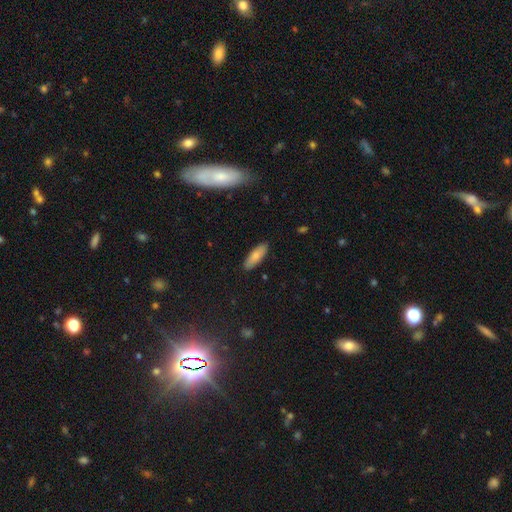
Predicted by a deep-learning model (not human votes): smooth-or-featured: smooth: 79% | featured or disk: 14% | star or artifact: 7%
  how-rounded: in between: 64% | cigar-shaped: 34% | round: 2%
  merging: none: 88% | minor disturbance: 9% | major disturbance: 2% | merger: 1%